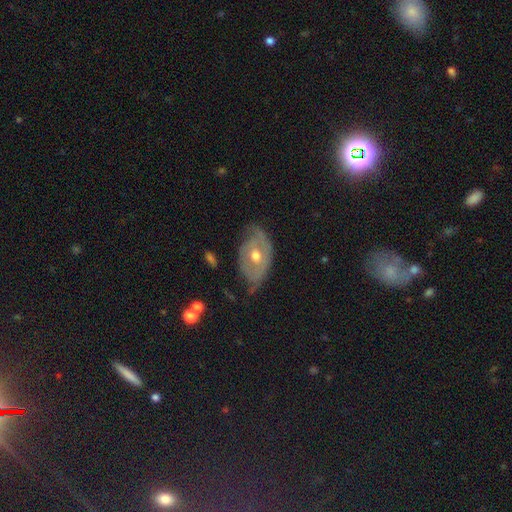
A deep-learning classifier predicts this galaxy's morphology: This is likely a featured or disk galaxy (68%). It is clearly not viewed edge-on (91%). Bar: likely no (79%). Spiral arm pattern: possibly yes (58%). Central bulge: likely moderate (75%). Merging: possibly none (53%).